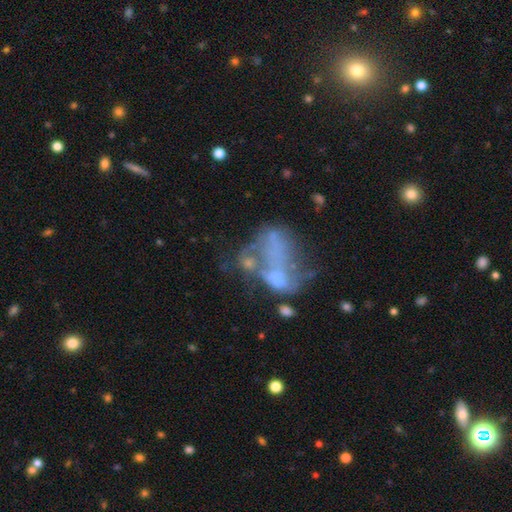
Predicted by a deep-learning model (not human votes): featured or disk 50%, star or artifact 26%, smooth 24%. Down the decision tree: merging — none (29%).